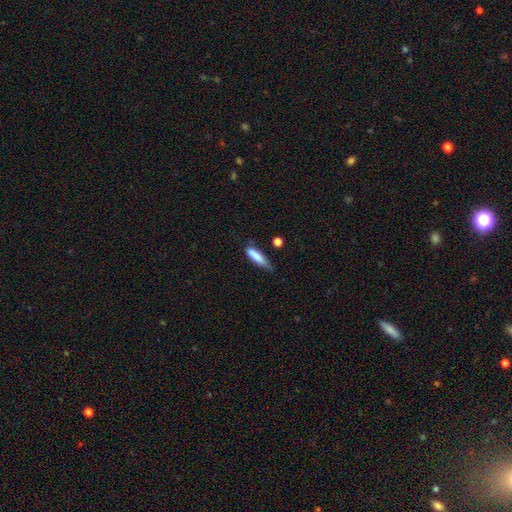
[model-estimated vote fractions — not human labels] smooth_or_featured: smooth (p=0.82) [alt: featured or disk p=0.12]
how_rounded: cigar-shaped (p=0.70) [alt: in between p=0.28]
merging: none (p=0.51) [alt: minor disturbance p=0.36]